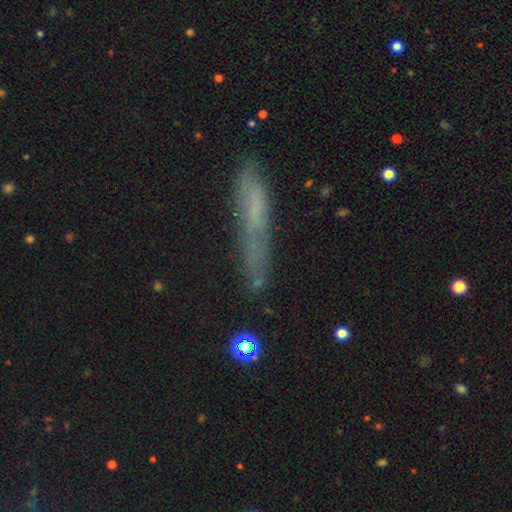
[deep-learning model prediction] Smooth or featured? Predicted: smooth (p=0.55). How rounded? Predicted: cigar-shaped (p=0.87). Merging? Predicted: none (p=0.69).